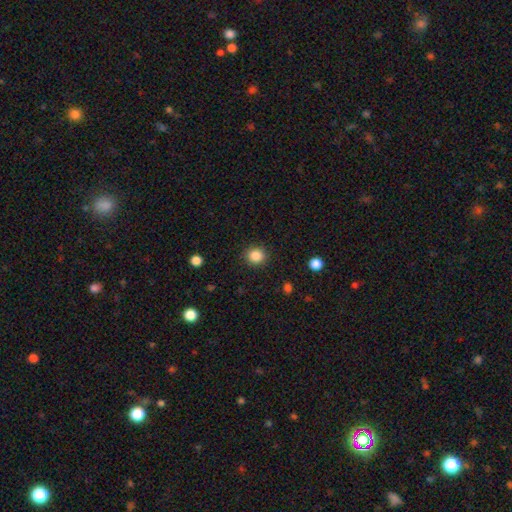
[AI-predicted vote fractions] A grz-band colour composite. It shows a smooth galaxy with no disk features (86%) that is round (89%). Merging: none (90%).